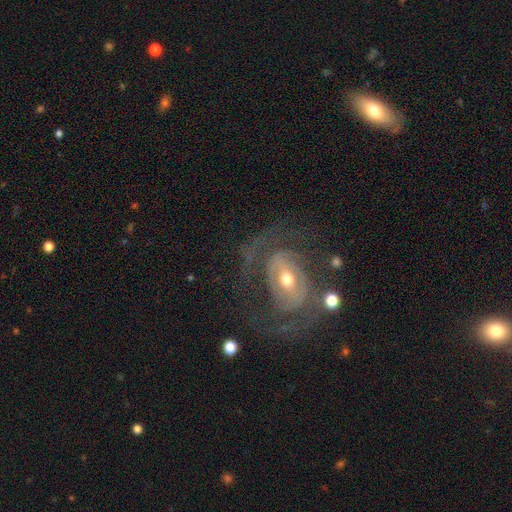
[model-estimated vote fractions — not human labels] The model was most divided on "bulge size": small: 51%, moderate: 43%, large: 4%, none: 1%, dominant: 1%. Remaining: edge-on disk — no (96%); smooth or featured — featured or disk (81%); spiral arms — yes (79%); merging — none (67%); spiral arm count — 2 (55%); bar — no (50%); spiral winding — tight (48%).